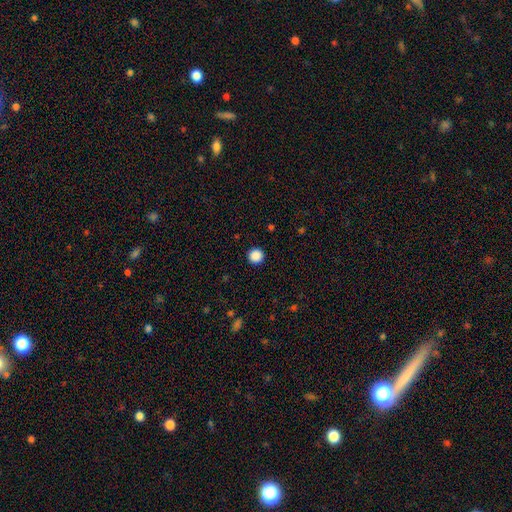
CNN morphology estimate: smooth-or-featured: smooth: 88% | star or artifact: 10% | featured or disk: 2%
  how-rounded: round: 96% | in between: 3% | cigar-shaped: 1%
  merging: none: 93% | minor disturbance: 4% | major disturbance: 2% | merger: 1%